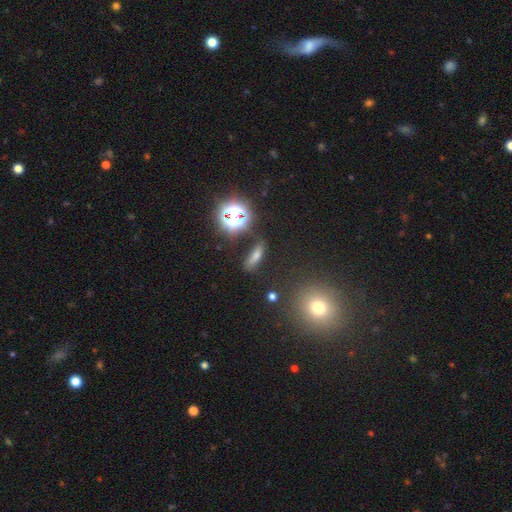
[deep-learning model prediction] Smooth or featured? smooth (58%)
How rounded? cigar-shaped (57%)
Merging? none (73%)